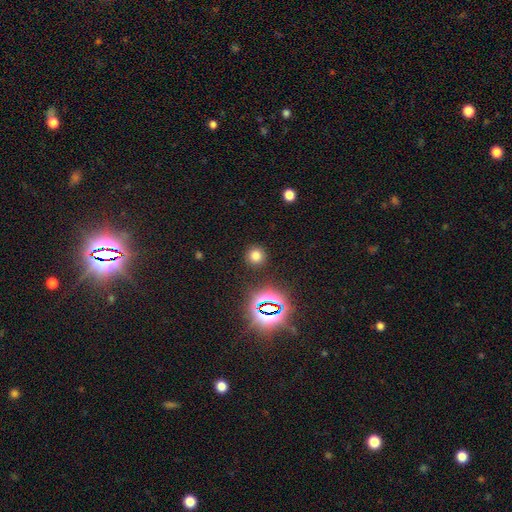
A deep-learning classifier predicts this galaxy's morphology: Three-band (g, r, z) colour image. It shows a smooth galaxy with no disk features (71%) that is round (91%). Merging: none (89%).